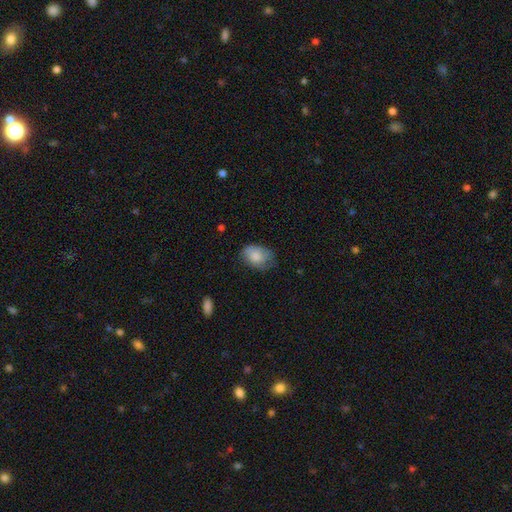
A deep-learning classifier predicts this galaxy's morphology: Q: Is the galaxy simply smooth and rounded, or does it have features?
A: smooth — 76%.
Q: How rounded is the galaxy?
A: in between — 81%.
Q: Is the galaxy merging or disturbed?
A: none — 58%.